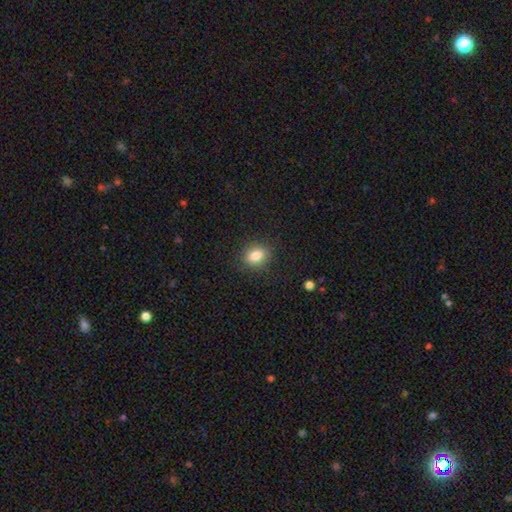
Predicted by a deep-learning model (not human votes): This is clearly a smooth galaxy (83%). How rounded: likely in between (61%). Merging: clearly none (87%).